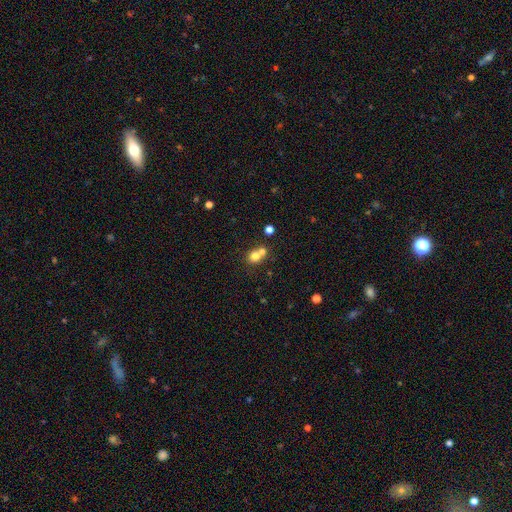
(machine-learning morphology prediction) smooth_or_featured: smooth (p=0.74) [alt: star or artifact p=0.13]
how_rounded: round (p=0.75) [alt: in between p=0.24]
merging: merger (p=0.51) [alt: none p=0.39]